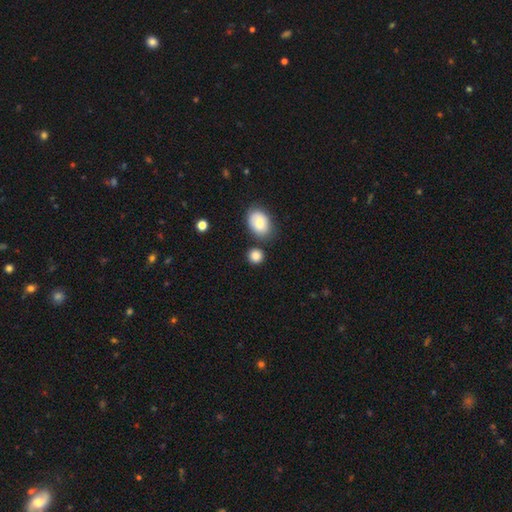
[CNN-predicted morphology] smooth 86%, star or artifact 9%, featured or disk 5%. Down the decision tree: how rounded — round (80%); merging — none (76%).